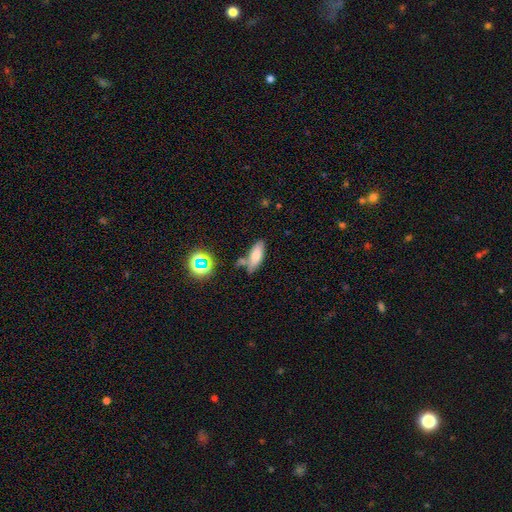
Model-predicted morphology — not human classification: This appears to be a smooth galaxy with no disk features (73%) that is in between round and cigar-shaped (68%). Merging: none (59%).